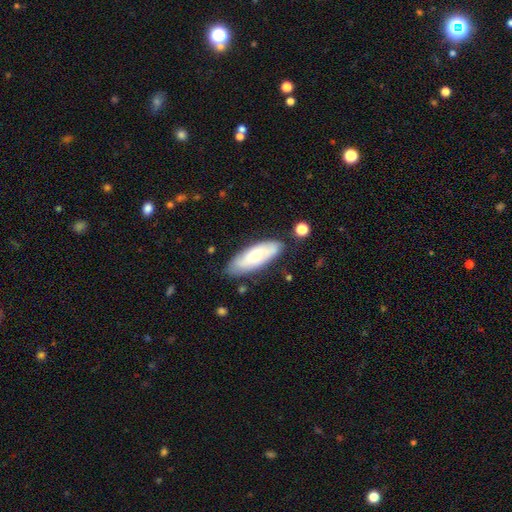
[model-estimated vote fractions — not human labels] smooth_or_featured: smooth (p=0.52) [alt: featured or disk p=0.42]
how_rounded: in between (p=0.67) [alt: cigar-shaped p=0.31]
merging: none (p=0.81) [alt: minor disturbance p=0.13]